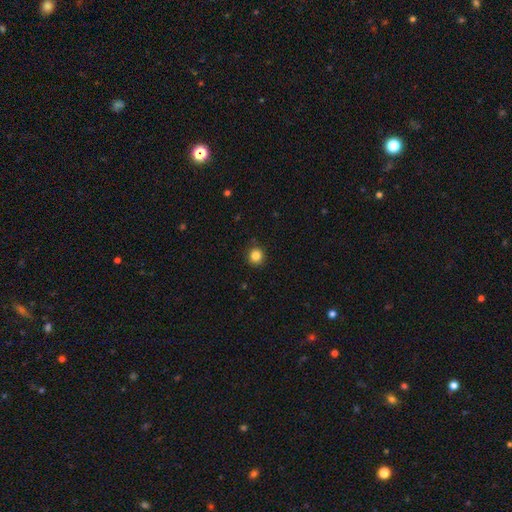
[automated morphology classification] smooth_or_featured: smooth (p=0.84) [alt: star or artifact p=0.11]
how_rounded: round (p=0.92) [alt: in between p=0.07]
merging: none (p=0.90) [alt: minor disturbance p=0.07]